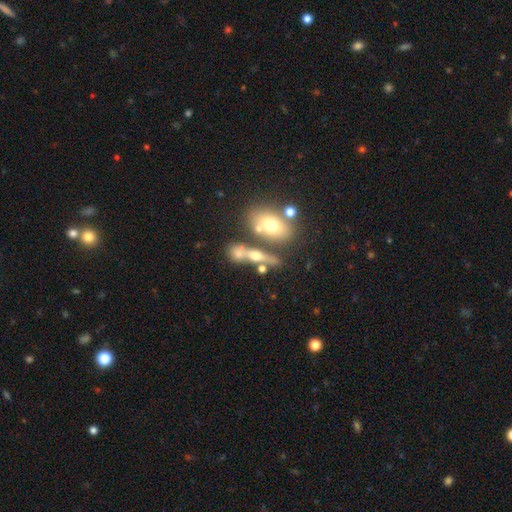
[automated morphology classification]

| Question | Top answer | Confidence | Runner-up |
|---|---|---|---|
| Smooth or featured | featured or disk | 49% | smooth (41%) |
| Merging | none | 48% | merger (33%) |